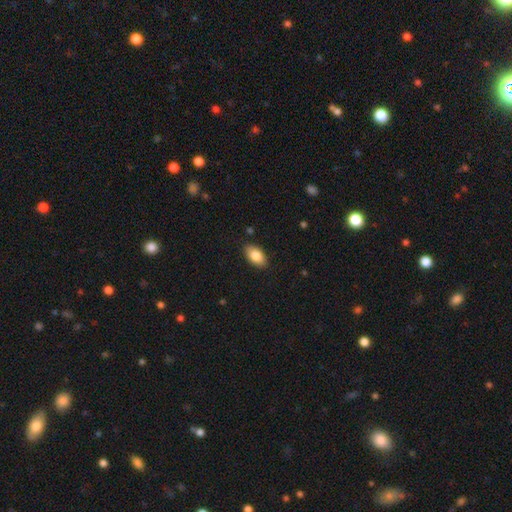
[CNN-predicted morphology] Smooth or featured: smooth — 84% (featured or disk — 9%)
How rounded: in between — 93% (round — 5%)
Merging: none — 87% (minor disturbance — 9%)